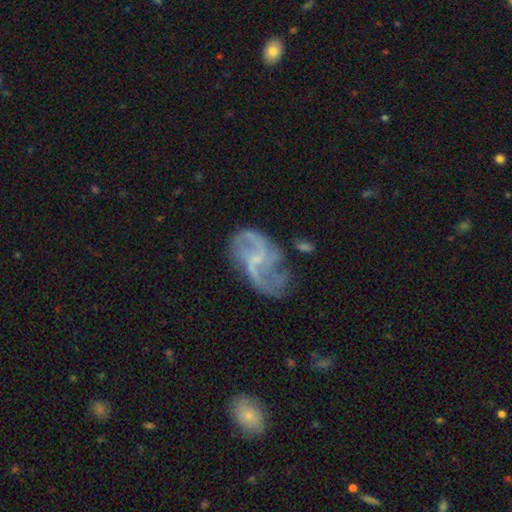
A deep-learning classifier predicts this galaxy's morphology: Smooth or featured? Predicted: featured or disk (p=0.80). Edge-on disk? Predicted: no (p=0.97). Bar? Predicted: weak (p=0.45). Spiral arms? Predicted: yes (p=0.91). Spiral winding? Predicted: loose (p=0.45). Spiral arm count? Predicted: 2 (p=0.51). Bulge size? Predicted: small (p=0.59). Merging? Predicted: none (p=0.57).